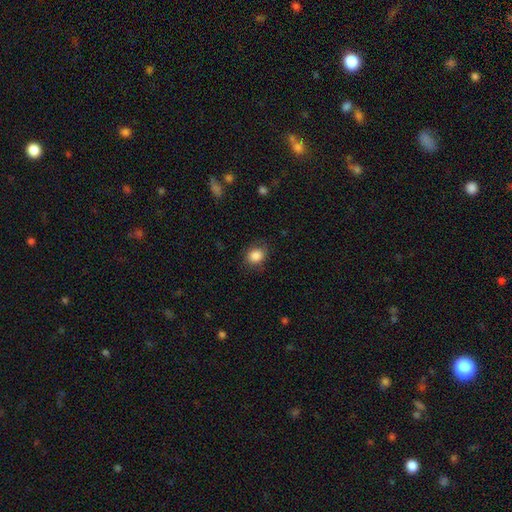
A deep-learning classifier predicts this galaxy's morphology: smooth 87%, star or artifact 8%, featured or disk 5%. Down the decision tree: how rounded — round (54%); merging — none (77%).